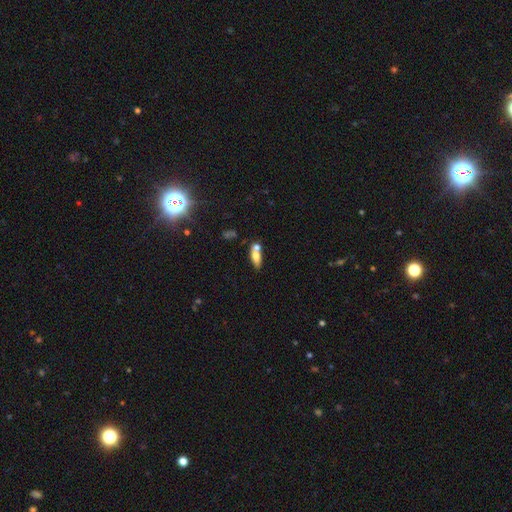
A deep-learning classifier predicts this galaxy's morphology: Smooth or featured: smooth — 69% (featured or disk — 22%)
How rounded: in between — 68% (cigar-shaped — 26%)
Merging: none — 42% (merger — 40%)